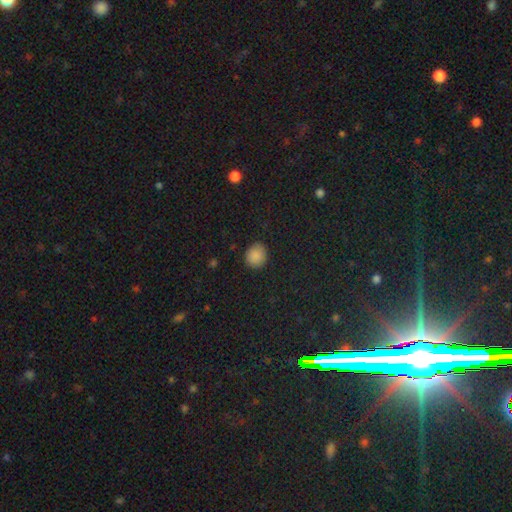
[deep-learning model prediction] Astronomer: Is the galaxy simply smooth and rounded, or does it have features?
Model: smooth — 87%.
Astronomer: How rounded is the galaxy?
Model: round — 78%.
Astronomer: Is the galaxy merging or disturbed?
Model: none — 87%.